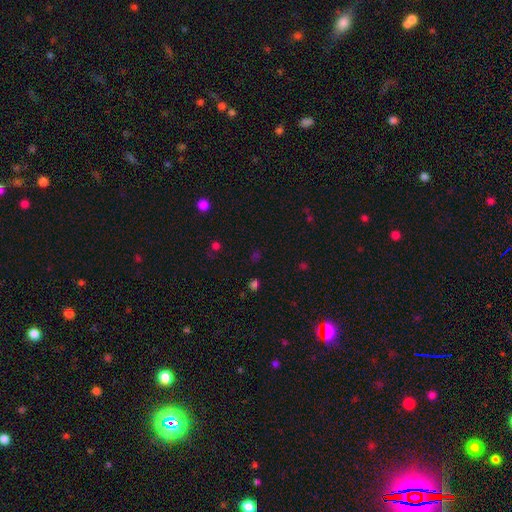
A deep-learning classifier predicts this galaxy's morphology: Smooth or featured?
  - star or artifact: 51% *
  - smooth: 43%
  - featured or disk: 7%